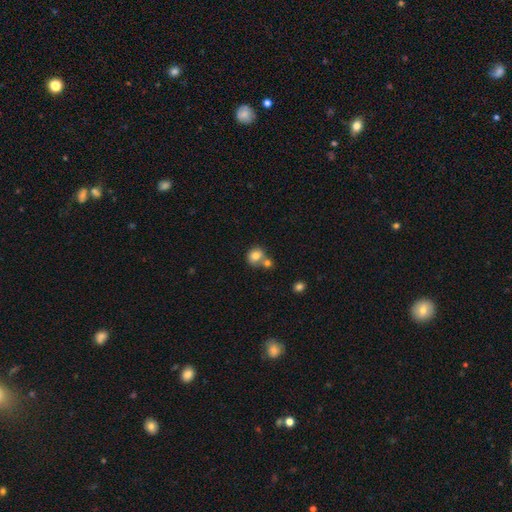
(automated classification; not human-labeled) A smooth galaxy with no disk features (79%) that is round (72%).

Vote fractions:
- Smooth or featured? smooth: 79% / featured or disk: 11% / star or artifact: 10%
- How rounded? round: 72% / in between: 27% / cigar-shaped: 1%
- Merging? none: 46% / merger: 40% / minor disturbance: 10% / major disturbance: 4%